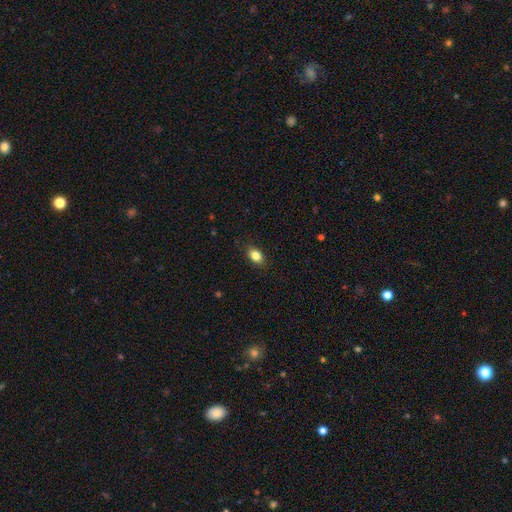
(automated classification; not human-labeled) smooth_or_featured: smooth (p=0.84) [alt: star or artifact p=0.09]
how_rounded: in between (p=0.81) [alt: round p=0.18]
merging: none (p=0.87) [alt: minor disturbance p=0.09]